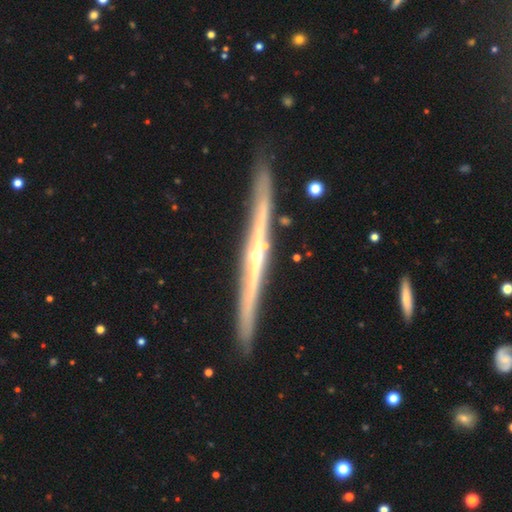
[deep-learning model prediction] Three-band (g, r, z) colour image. It shows a featured or disk galaxy (87%) viewed edge-on (98%) with a rounded central bulge (77%). Merging: none (90%).